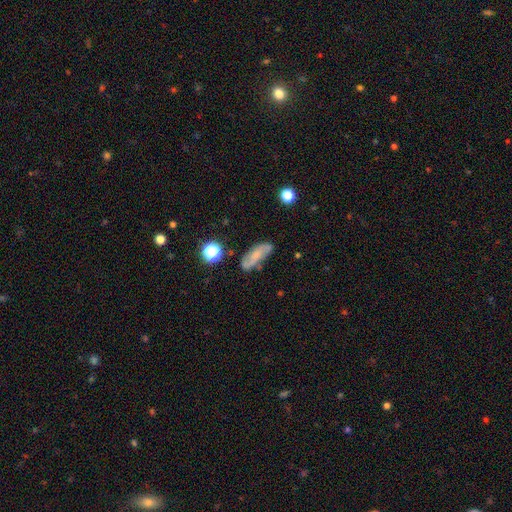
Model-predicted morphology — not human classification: type=smooth (46%); merging=none (66%).